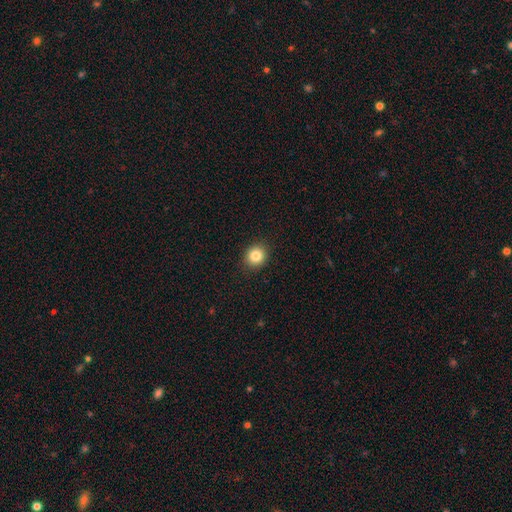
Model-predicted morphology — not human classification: smooth_or_featured: smooth (p=0.84) [alt: star or artifact p=0.10]
how_rounded: round (p=0.84) [alt: in between p=0.15]
merging: none (p=0.91) [alt: minor disturbance p=0.06]